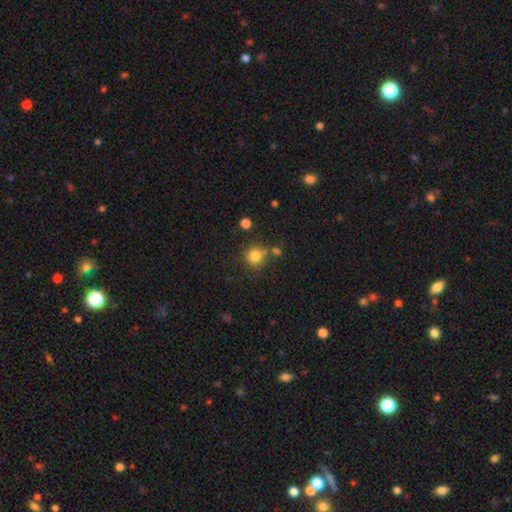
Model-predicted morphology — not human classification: Smooth or featured? smooth (81%)
How rounded? round (91%)
Merging? none (70%)